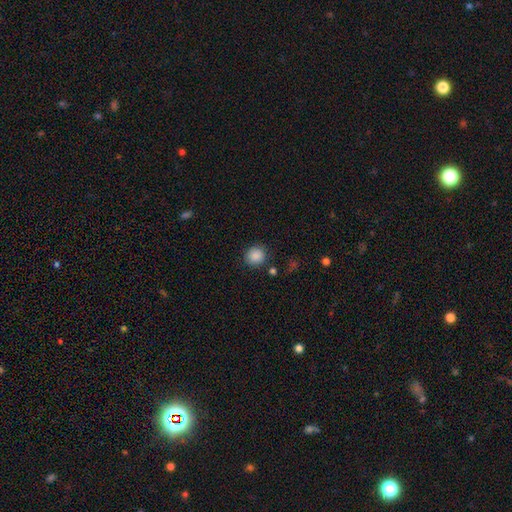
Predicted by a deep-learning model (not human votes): Overall: smooth (88%). How rounded: round (86%). Merging: none (85%).